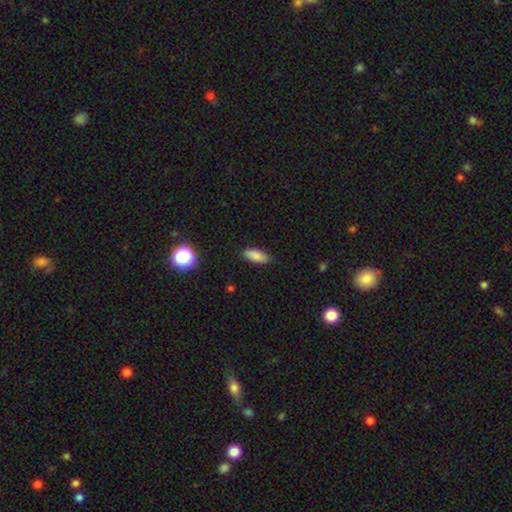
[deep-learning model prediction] Overall: smooth (85%). How rounded: in between (80%). Merging: none (85%).